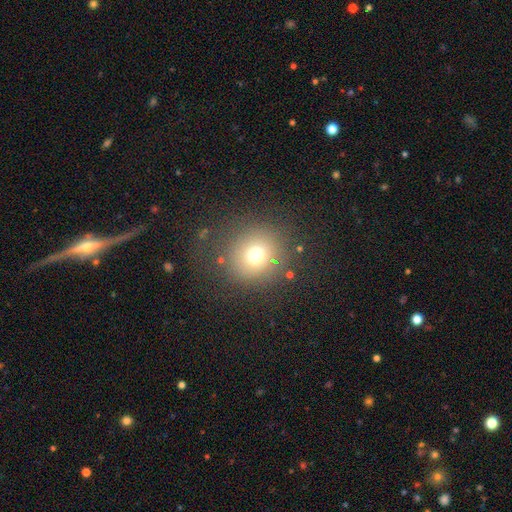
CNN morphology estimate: smooth 70%, star or artifact 18%, featured or disk 11%. Down the decision tree: how rounded — round (89%); merging — none (81%).